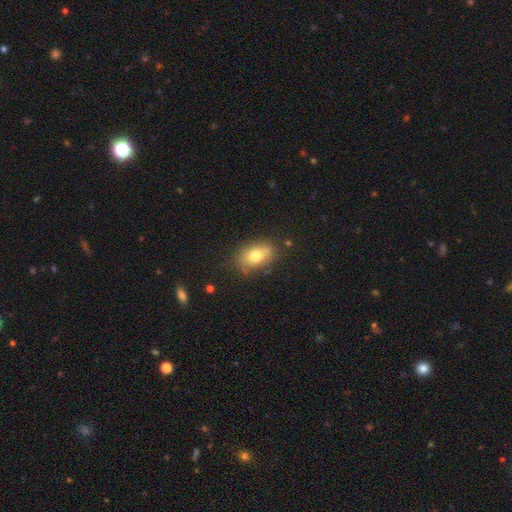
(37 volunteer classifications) Smooth or featured? smooth (81%)
How rounded? in between (90%)
Merging? none (71%)